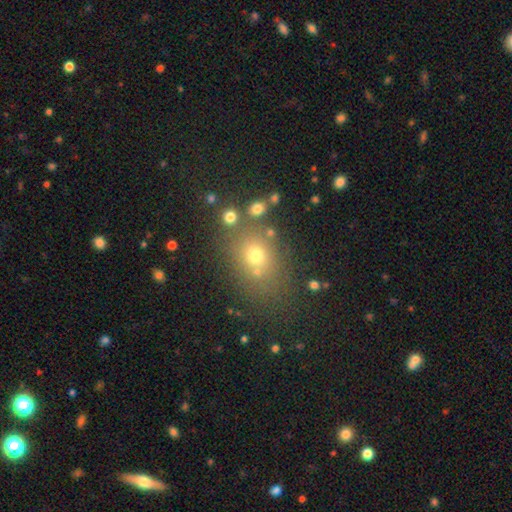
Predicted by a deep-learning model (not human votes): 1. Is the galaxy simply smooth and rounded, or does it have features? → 65% smooth, 21% star or artifact, 13% featured or disk.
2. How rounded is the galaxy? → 51% in between, 48% round, 2% cigar-shaped.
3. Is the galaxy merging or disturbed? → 69% none, 13% minor disturbance, 11% merger, 7% major disturbance.